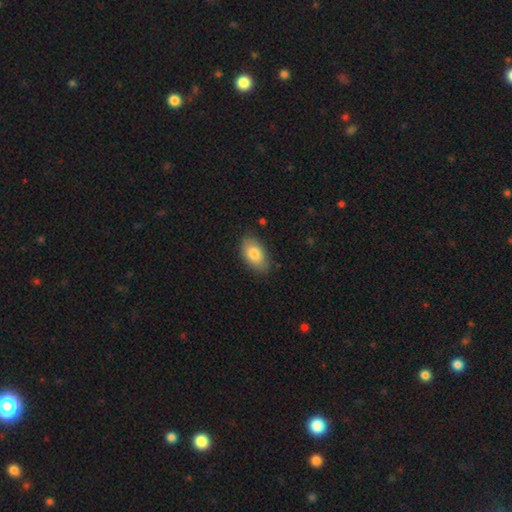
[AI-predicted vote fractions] A smooth galaxy with no disk features (82%) that is in between round and cigar-shaped (93%). Merging: none (82%).